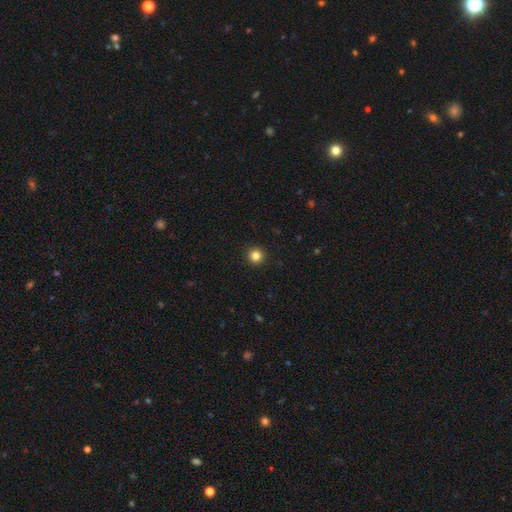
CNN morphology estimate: A smooth galaxy with no disk features (83%) that is round (96%). Merging: none (93%).